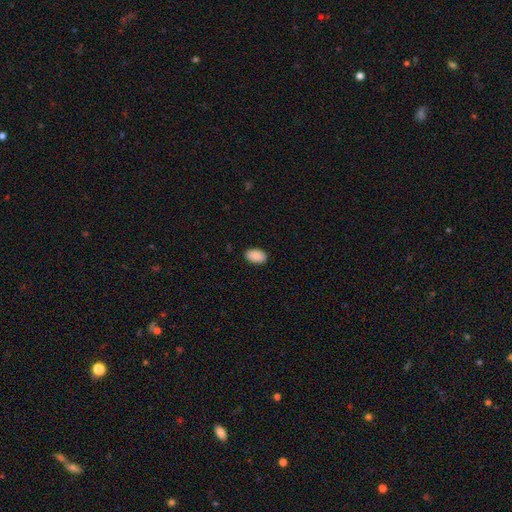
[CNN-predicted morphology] Smooth or featured? Predicted: smooth (p=0.91). How rounded? Predicted: in between (p=0.92). Merging? Predicted: none (p=0.88).